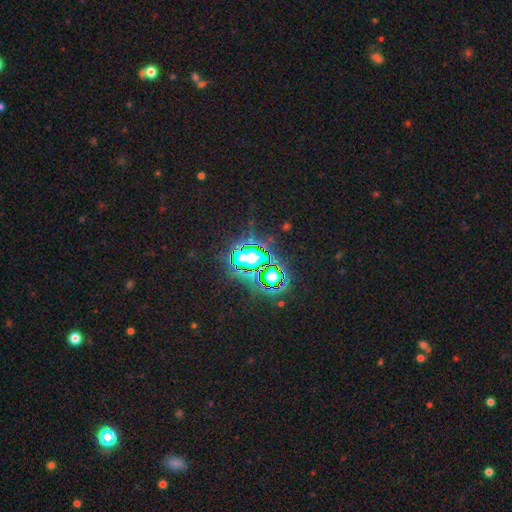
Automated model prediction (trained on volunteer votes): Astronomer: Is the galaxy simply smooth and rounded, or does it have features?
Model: star or artifact — 71%.